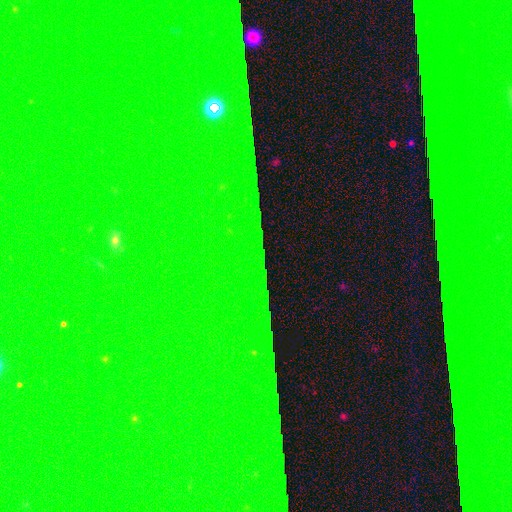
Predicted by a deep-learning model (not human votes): The model was most divided on "smooth or featured": star or artifact: 84%, featured or disk: 9%, smooth: 7%.